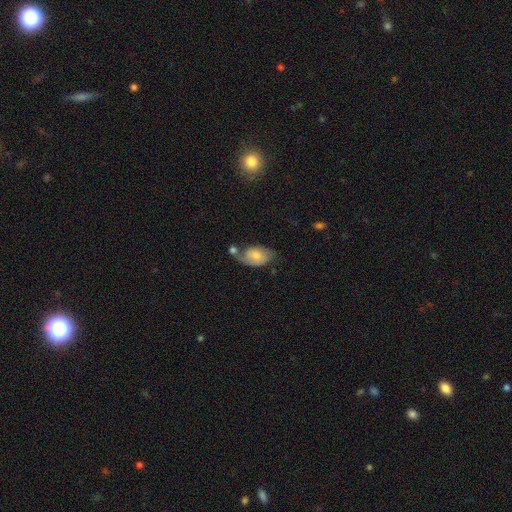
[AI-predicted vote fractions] Smooth or featured? smooth (59%)
How rounded? in between (85%)
Merging? none (35%)